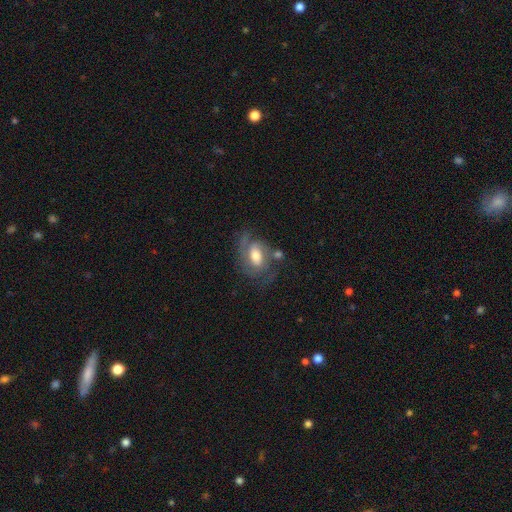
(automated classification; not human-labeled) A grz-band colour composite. It shows a featured or disk galaxy (66%) with a weak bar (43%, tied with no), 2 (61%) medium (45%) spiral arms (85%) and a moderate central bulge (55%). Merging: none (50%).